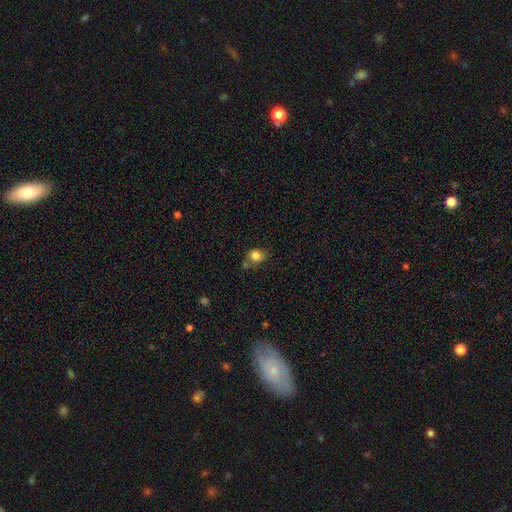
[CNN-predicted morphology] This is clearly a smooth galaxy (83%). How rounded: likely round (63%). Merging: likely none (61%).